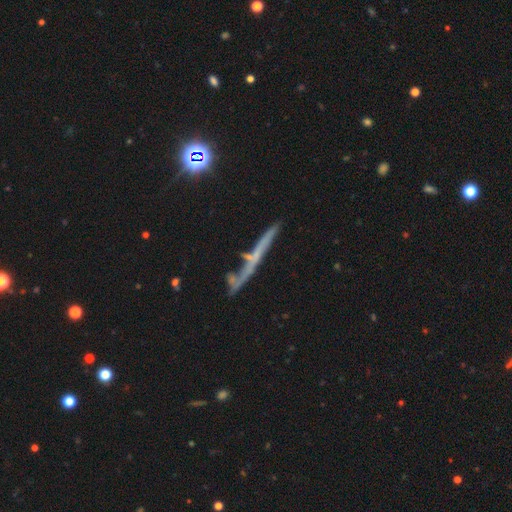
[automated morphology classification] smooth-or-featured: featured or disk: 56% | smooth: 30% | star or artifact: 14%
  disk-edge-on: yes: 81% | no: 19%
  merging: none: 56% | minor disturbance: 21% | major disturbance: 13% | merger: 11%